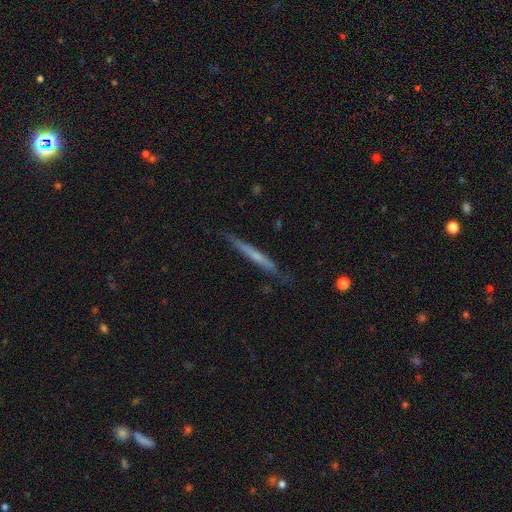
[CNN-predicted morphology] A featured or disk galaxy (50%) viewed edge-on (95%). Merging: none (82%).